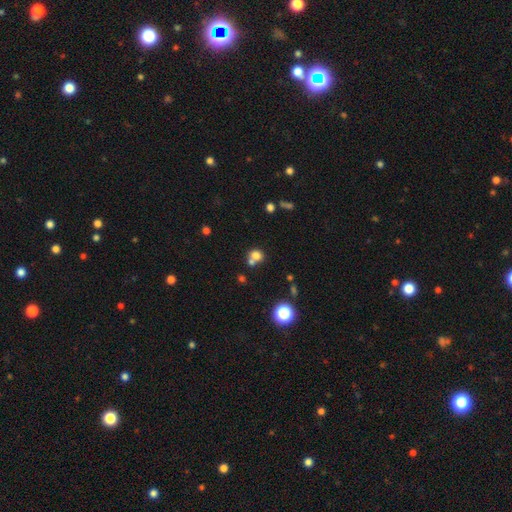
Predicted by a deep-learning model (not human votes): smooth_or_featured: smooth (p=0.75) [alt: star or artifact p=0.15]
how_rounded: round (p=0.78) [alt: in between p=0.21]
merging: none (p=0.46) [alt: merger p=0.42]